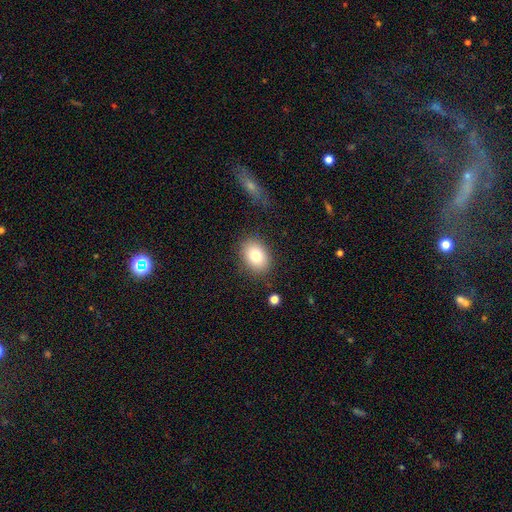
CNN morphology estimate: Smooth or featured?
  - smooth: 80% *
  - featured or disk: 12%
  - star or artifact: 9%
How rounded?
  - in between: 71% *
  - round: 28%
  - cigar-shaped: 1%
Merging?
  - none: 84% *
  - minor disturbance: 11%
  - major disturbance: 3%
  - merger: 2%